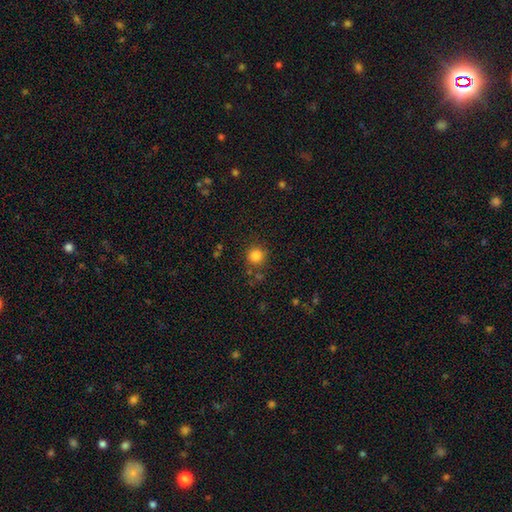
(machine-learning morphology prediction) A smooth galaxy with no disk features (83%) that is round (93%).

Vote fractions:
- Smooth or featured? smooth: 83% / star or artifact: 12% / featured or disk: 5%
- How rounded? round: 93% / in between: 6% / cigar-shaped: 1%
- Merging? none: 83% / minor disturbance: 9% / merger: 4% / major disturbance: 3%